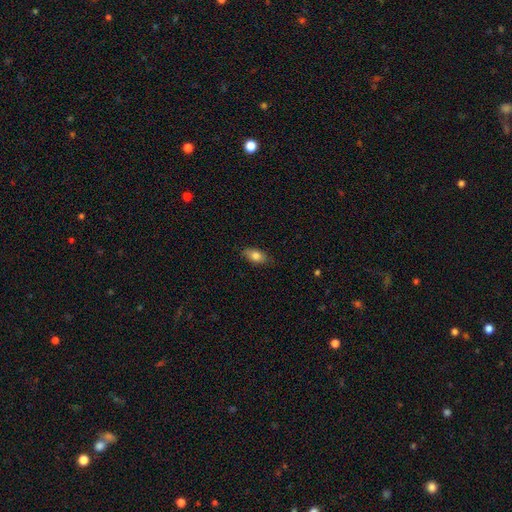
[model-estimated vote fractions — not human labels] Smooth or featured?
  - smooth: 78% *
  - featured or disk: 14%
  - star or artifact: 7%
How rounded?
  - in between: 87% *
  - cigar-shaped: 7%
  - round: 6%
Merging?
  - none: 84% *
  - minor disturbance: 13%
  - major disturbance: 2%
  - merger: 1%